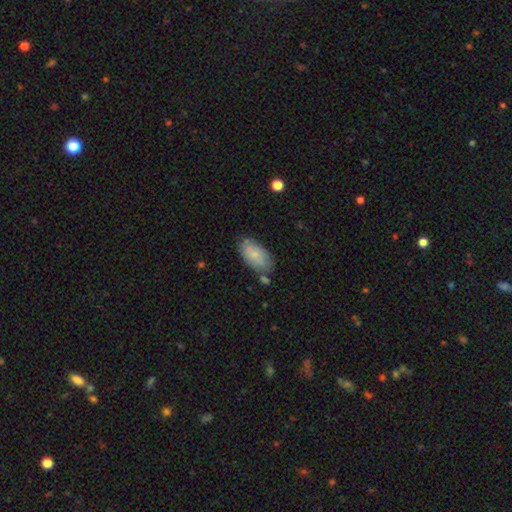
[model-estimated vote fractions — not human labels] smooth-or-featured: smooth: 76% | featured or disk: 17% | star or artifact: 7%
  how-rounded: in between: 94% | cigar-shaped: 4% | round: 3%
  merging: none: 65% | minor disturbance: 21% | merger: 9% | major disturbance: 5%